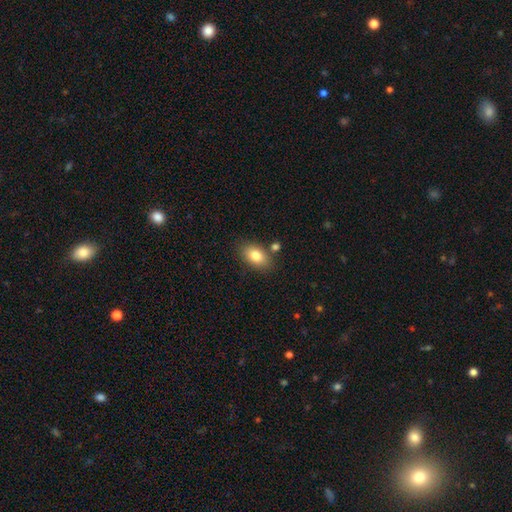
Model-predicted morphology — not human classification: A smooth galaxy with no disk features (81%) that is in between round and cigar-shaped (87%).

Vote fractions:
- Smooth or featured? smooth: 81% / featured or disk: 11% / star or artifact: 8%
- How rounded? in between: 87% / round: 11% / cigar-shaped: 2%
- Merging? none: 77% / minor disturbance: 12% / merger: 8% / major disturbance: 3%